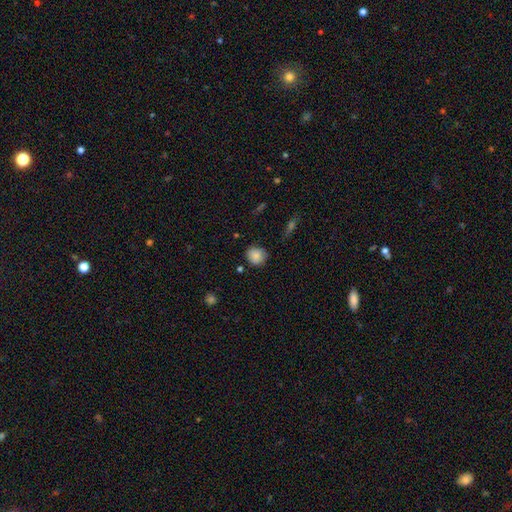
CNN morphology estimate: Overall: smooth (83%). How rounded: round (85%). Merging: none (79%).